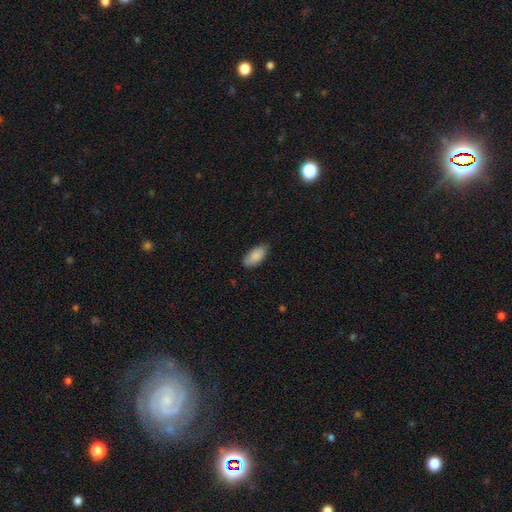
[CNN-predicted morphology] Smooth or featured? Predicted: smooth (p=0.88). How rounded? Predicted: in between (p=0.93). Merging? Predicted: none (p=0.83).